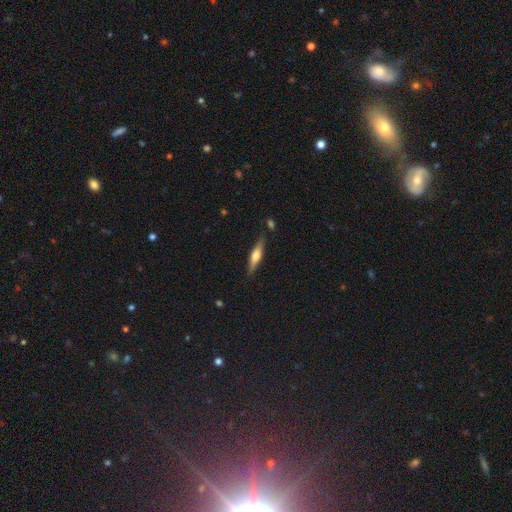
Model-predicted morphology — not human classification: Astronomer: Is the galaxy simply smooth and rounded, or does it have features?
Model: featured or disk — 51% (runner-up: smooth, 43%).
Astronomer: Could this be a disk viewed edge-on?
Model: yes — 94%.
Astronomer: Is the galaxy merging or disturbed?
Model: none — 84%.